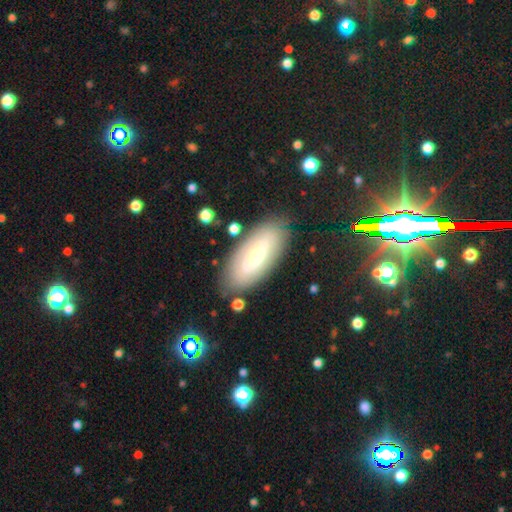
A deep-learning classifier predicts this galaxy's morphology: A featured or disk galaxy (48%).

Vote fractions:
- Smooth or featured? featured or disk: 48% / smooth: 43% / star or artifact: 9%
- Merging? none: 83% / minor disturbance: 12% / major disturbance: 3% / merger: 2%